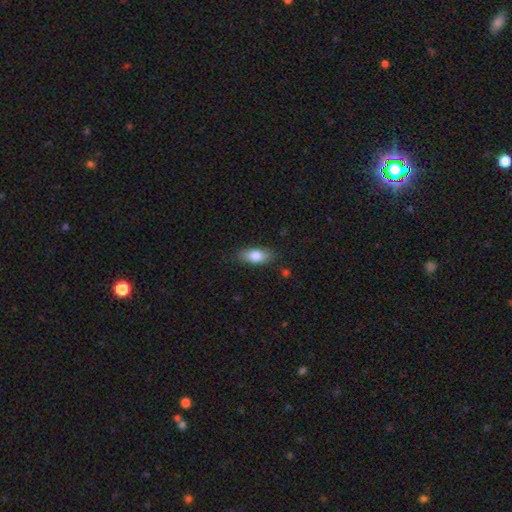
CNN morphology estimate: Smooth or featured? smooth (82%)
How rounded? in between (85%)
Merging? none (82%)